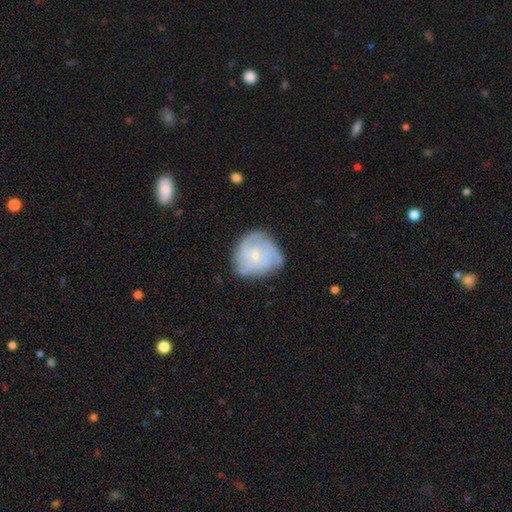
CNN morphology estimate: type=featured or disk (68%); edge-on=no (98%); bar=no (73%); spiral arms=yes (84%); winding=tight (55%); arm count=can't tell (38%); bulge=small (72%); merging=none (61%).